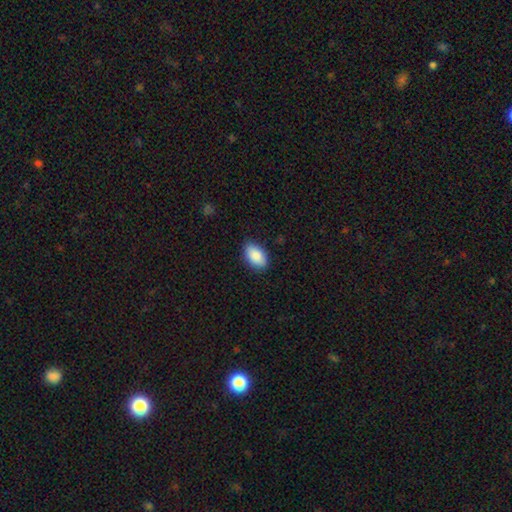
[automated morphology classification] smooth-or-featured: smooth: 89% | star or artifact: 6% | featured or disk: 5%
  how-rounded: in between: 92% | round: 6% | cigar-shaped: 2%
  merging: none: 84% | minor disturbance: 12% | major disturbance: 2% | merger: 1%